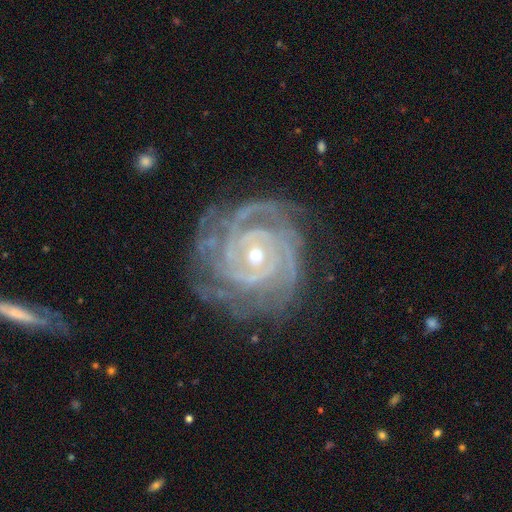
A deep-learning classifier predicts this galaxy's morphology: Smooth or featured? Predicted: featured or disk (p=0.91). Edge-on disk? Predicted: no (p=0.98). Bar? Predicted: no (p=0.65). Spiral arms? Predicted: yes (p=0.98). Spiral winding? Predicted: tight (p=0.82). Spiral arm count? Predicted: 3 (p=0.25). Bulge size? Predicted: small (p=0.59). Merging? Predicted: none (p=0.74).